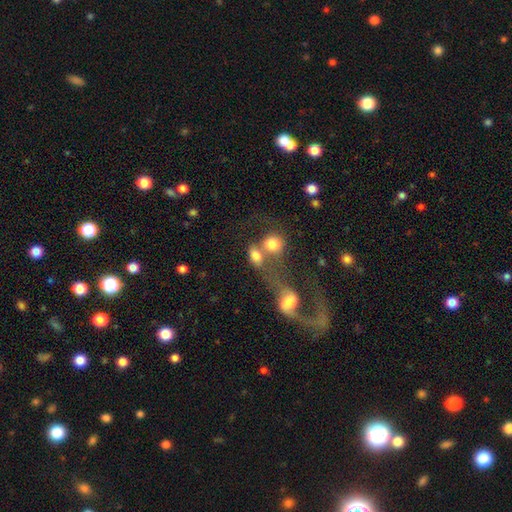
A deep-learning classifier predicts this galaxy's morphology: Smooth or featured? Predicted: smooth (p=0.72). How rounded? Predicted: in between (p=0.63). Merging? Predicted: merger (p=0.61).